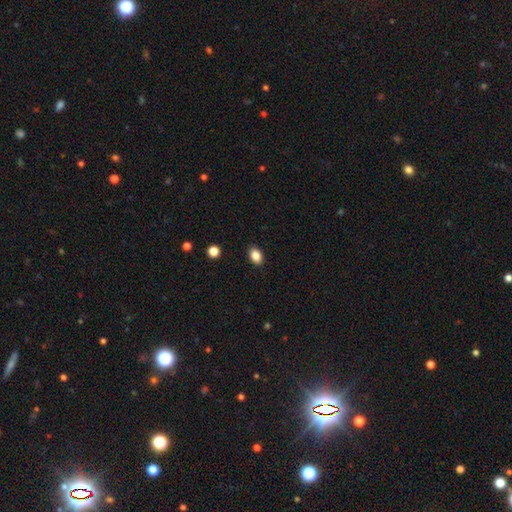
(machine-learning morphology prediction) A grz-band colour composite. It shows a smooth galaxy with no disk features (85%) that is in between round and cigar-shaped (83%). Merging: none (89%).